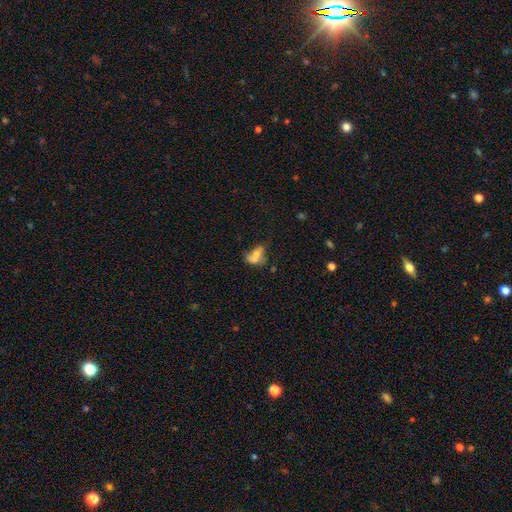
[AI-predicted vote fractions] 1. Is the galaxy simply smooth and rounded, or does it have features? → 57% smooth, 30% featured or disk, 13% star or artifact.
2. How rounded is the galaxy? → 73% in between, 23% round, 3% cigar-shaped.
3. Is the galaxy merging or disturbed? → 39% merger, 25% none, 18% major disturbance, 17% minor disturbance.